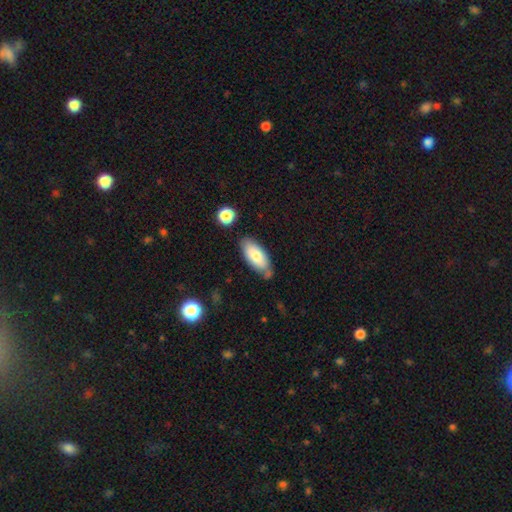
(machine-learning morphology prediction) This appears to be a smooth galaxy with no disk features (78%) that is in between round and cigar-shaped (86%). Merging: none (67%).